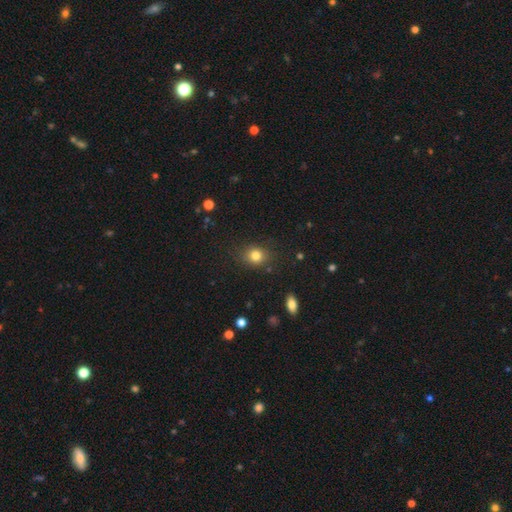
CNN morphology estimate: This appears to be a smooth galaxy with no disk features (80%) that is round (61%). Merging: none (83%).